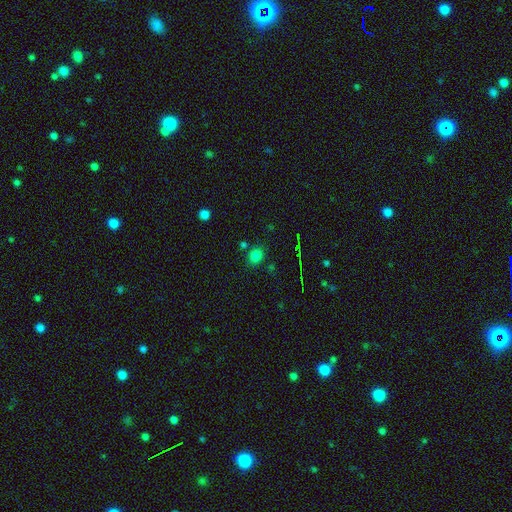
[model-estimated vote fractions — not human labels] smooth_or_featured: smooth (p=0.78) [alt: star or artifact p=0.17]
how_rounded: round (p=0.60) [alt: in between p=0.39]
merging: none (p=0.79) [alt: minor disturbance p=0.11]